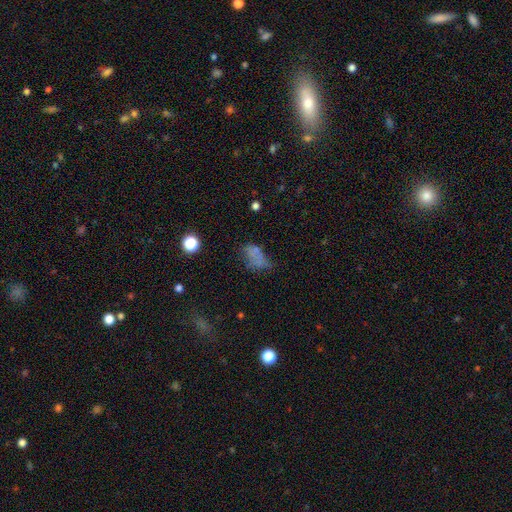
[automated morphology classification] smooth_or_featured: smooth (p=0.55) [alt: featured or disk p=0.25]
how_rounded: in between (p=0.83) [alt: round p=0.12]
merging: none (p=0.37) [alt: major disturbance p=0.27]